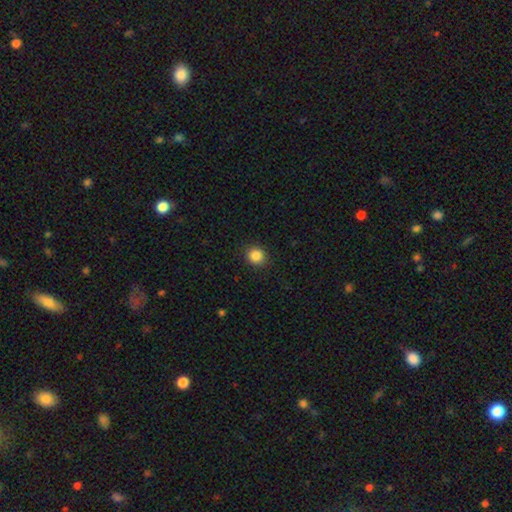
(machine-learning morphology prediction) smooth_or_featured: smooth (p=0.86) [alt: star or artifact p=0.10]
how_rounded: round (p=0.88) [alt: in between p=0.11]
merging: none (p=0.91) [alt: minor disturbance p=0.06]